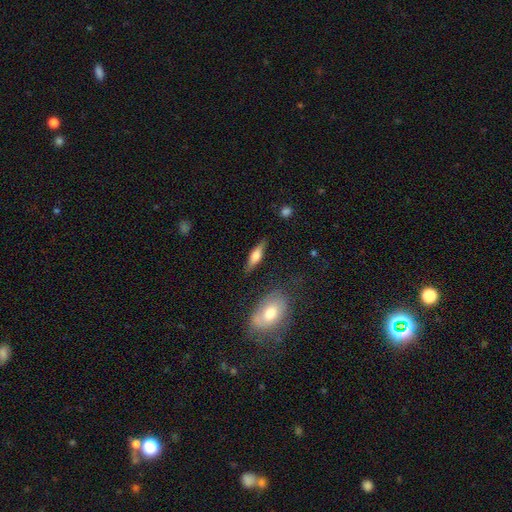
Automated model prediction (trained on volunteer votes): Overall: smooth (47%; featured or disk 46%). Merging: none (83%).